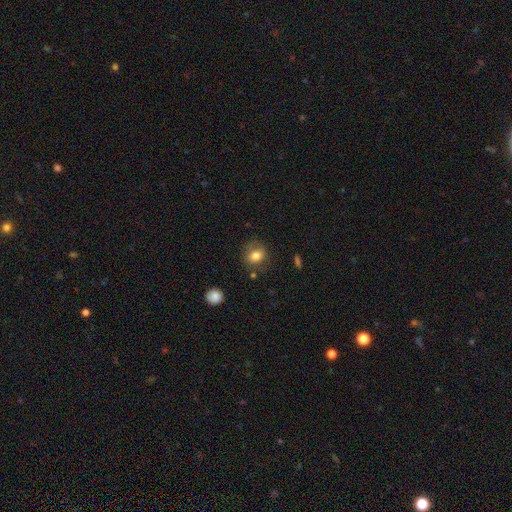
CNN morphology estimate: Q: Smooth or featured?
A: smooth (78%); runner-up: featured or disk (12%)
Q: How rounded?
A: round (59%); runner-up: in between (40%)
Q: Merging?
A: none (72%); runner-up: minor disturbance (18%)